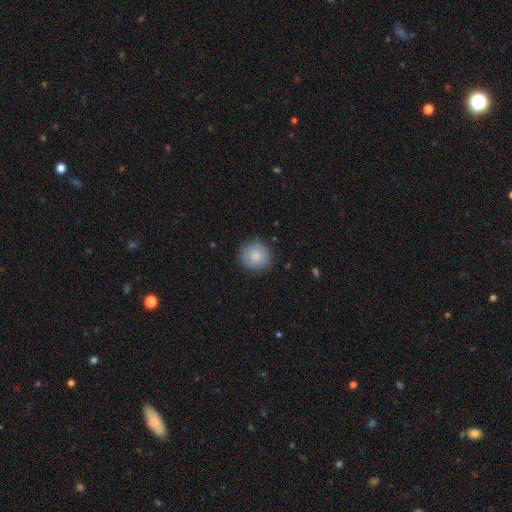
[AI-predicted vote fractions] A smooth galaxy with no disk features (85%) that is round (93%).

Vote fractions:
- Smooth or featured? smooth: 85% / featured or disk: 8% / star or artifact: 7%
- How rounded? round: 93% / in between: 6% / cigar-shaped: 1%
- Merging? none: 87% / minor disturbance: 10% / major disturbance: 2% / merger: 1%